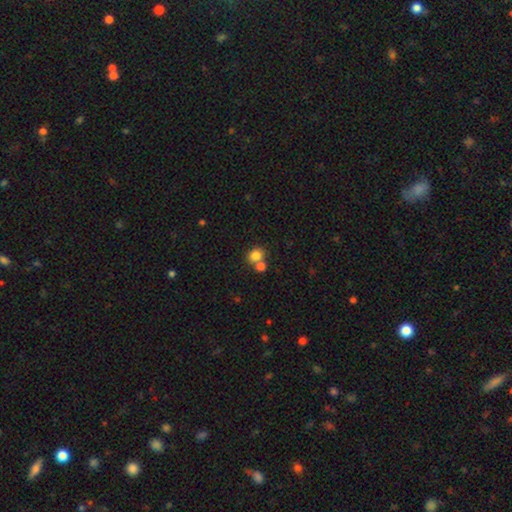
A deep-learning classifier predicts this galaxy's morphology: smooth 81%, star or artifact 12%, featured or disk 7%. Down the decision tree: how rounded — round (71%); merging — none (54%).